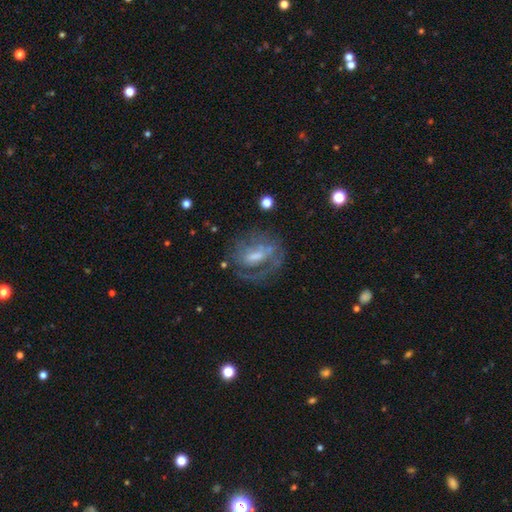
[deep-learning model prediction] Q: Smooth or featured?
A: featured or disk (69%); runner-up: smooth (20%)
Q: Edge-on disk?
A: no (93%); runner-up: yes (7%)
Q: Bar?
A: weak (44%); runner-up: no (29%)
Q: Spiral arms?
A: yes (69%); runner-up: no (31%)
Q: Bulge size?
A: moderate (39%); runner-up: small (33%)
Q: Merging?
A: none (58%); runner-up: major disturbance (21%)